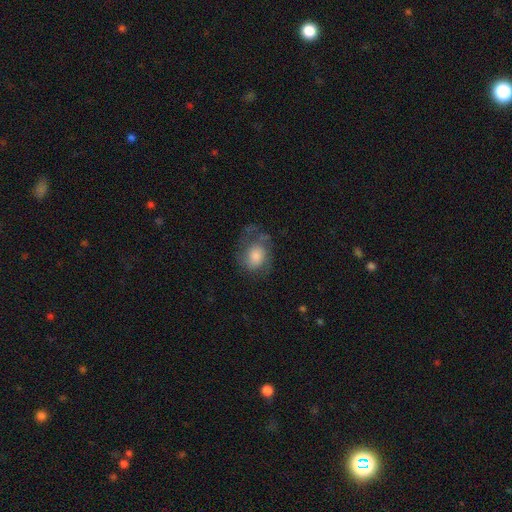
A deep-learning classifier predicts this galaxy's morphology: This appears to be a smooth galaxy with no disk features (55%) that is round (50%). Merging: none (44%).